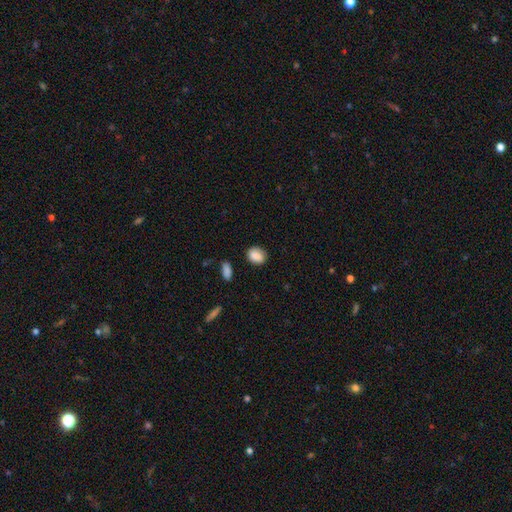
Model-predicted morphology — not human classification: Overall: smooth (88%). How rounded: in between (56%; round 42%). Merging: none (80%).